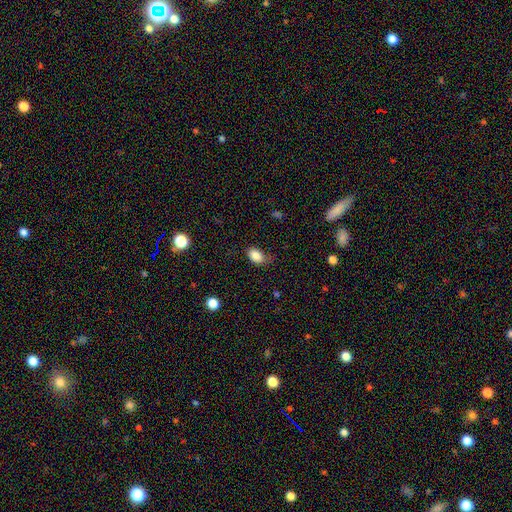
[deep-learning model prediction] Smooth or featured? Predicted: smooth (p=0.85). How rounded? Predicted: in between (p=0.83). Merging? Predicted: none (p=0.62).